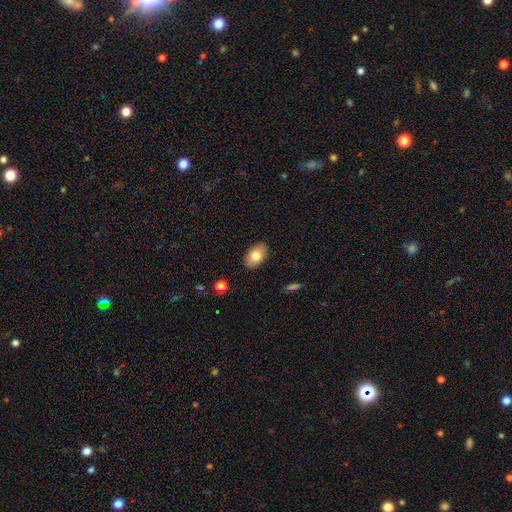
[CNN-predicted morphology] Overall: smooth (78%). How rounded: in between (91%). Merging: none (87%).